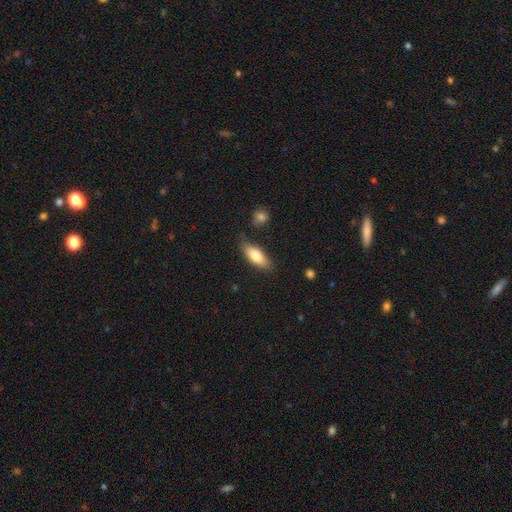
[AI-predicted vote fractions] This appears to be a smooth galaxy with no disk features (76%) that is in between round and cigar-shaped (73%). Merging: none (75%).